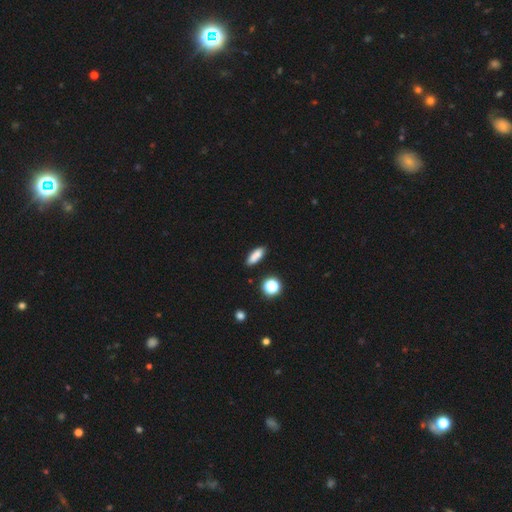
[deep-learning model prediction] Smooth or featured?
  - smooth: 82% *
  - star or artifact: 10%
  - featured or disk: 8%
How rounded?
  - in between: 59% *
  - cigar-shaped: 36%
  - round: 5%
Merging?
  - none: 81% *
  - minor disturbance: 12%
  - merger: 4%
  - major disturbance: 3%